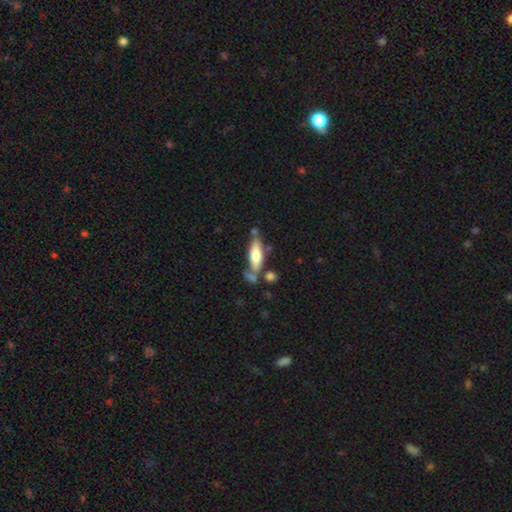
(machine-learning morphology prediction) smooth 65%, featured or disk 29%, star or artifact 6%. Down the decision tree: how rounded — in between (52%); merging — none (54%).